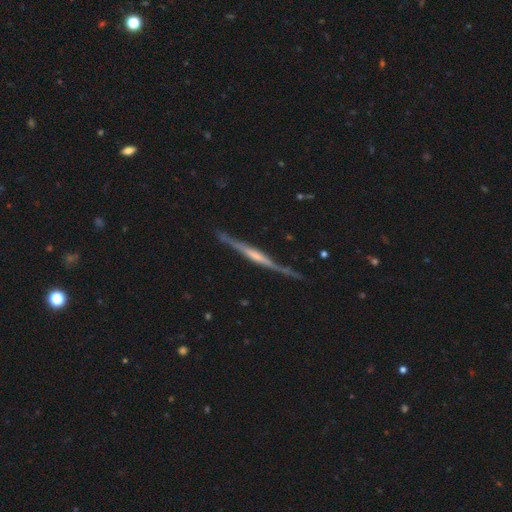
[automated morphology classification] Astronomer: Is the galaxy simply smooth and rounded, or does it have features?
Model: featured or disk — 77%.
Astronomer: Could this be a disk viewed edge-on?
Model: yes — 96%.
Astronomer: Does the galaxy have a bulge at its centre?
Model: rounded — 38% (runner-up: boxy, 31%).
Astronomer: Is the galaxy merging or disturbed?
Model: none — 76%.